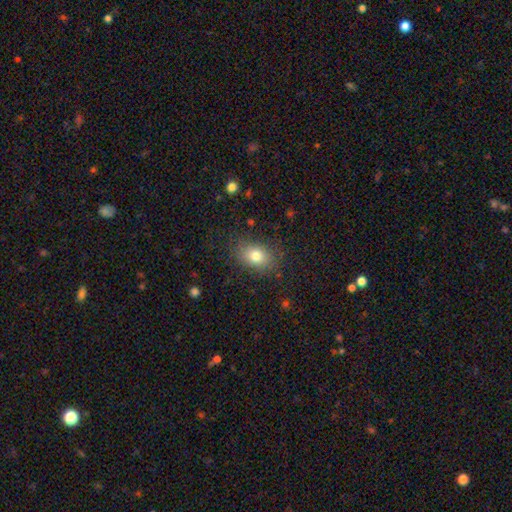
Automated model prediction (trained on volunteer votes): Q: Smooth or featured?
A: smooth (78%); runner-up: featured or disk (11%)
Q: How rounded?
A: in between (77%); runner-up: round (21%)
Q: Merging?
A: none (82%); runner-up: minor disturbance (12%)